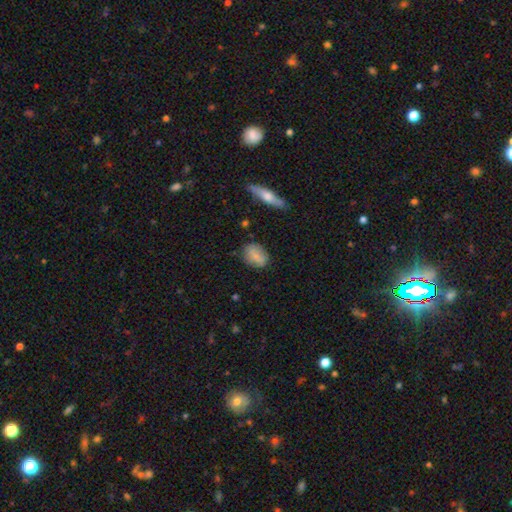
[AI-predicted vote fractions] smooth 79%, featured or disk 14%, star or artifact 7%. Down the decision tree: how rounded — in between (71%); merging — none (75%).